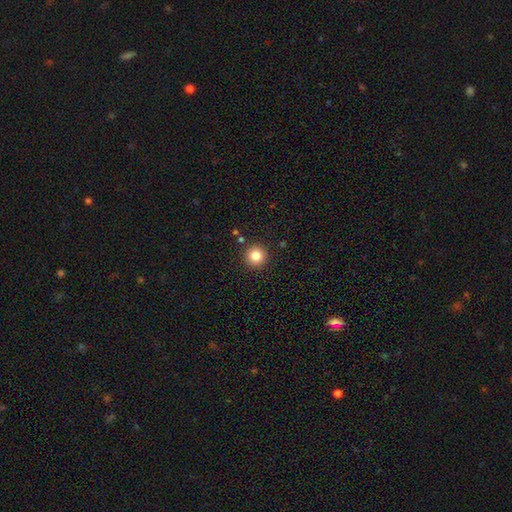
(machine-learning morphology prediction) Q: Smooth or featured?
A: smooth (84%); runner-up: star or artifact (11%)
Q: How rounded?
A: round (95%); runner-up: in between (4%)
Q: Merging?
A: none (90%); runner-up: minor disturbance (6%)